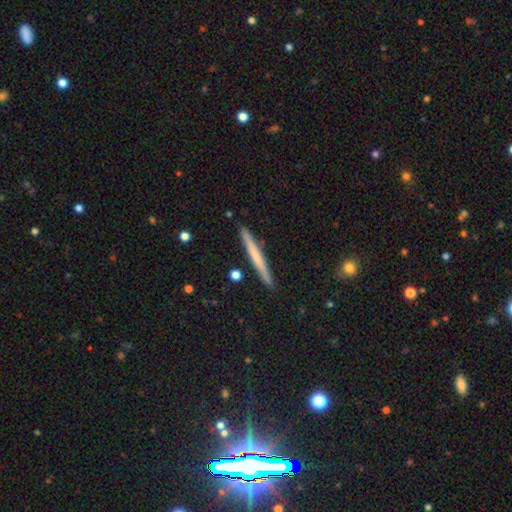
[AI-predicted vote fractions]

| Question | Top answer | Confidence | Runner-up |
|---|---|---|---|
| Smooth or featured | smooth | 56% | featured or disk (39%) |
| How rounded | cigar-shaped | 97% | in between (2%) |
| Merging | none | 91% | minor disturbance (7%) |